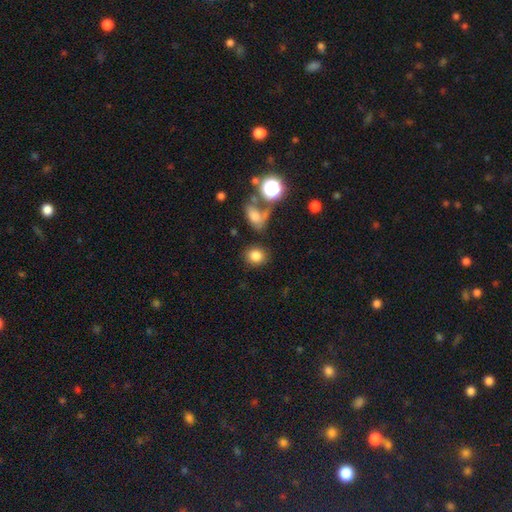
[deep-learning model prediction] Smooth or featured? smooth (82%)
How rounded? round (70%)
Merging? none (76%)